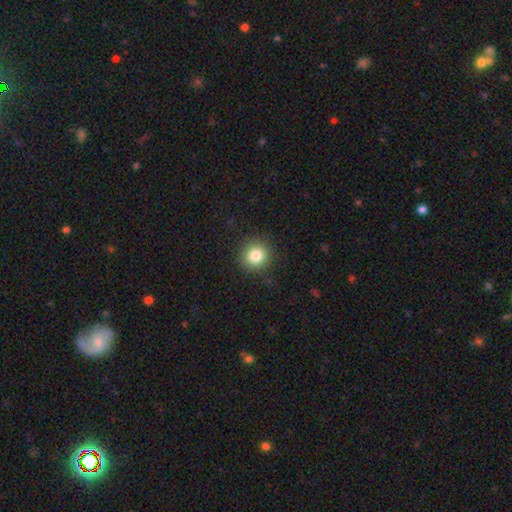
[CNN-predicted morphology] Overall: smooth (83%). How rounded: round (90%). Merging: none (88%).